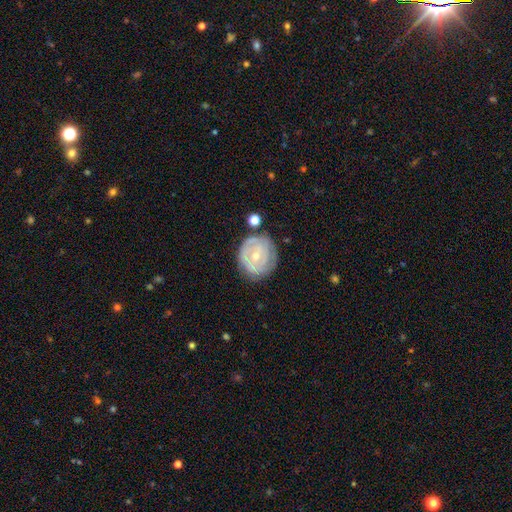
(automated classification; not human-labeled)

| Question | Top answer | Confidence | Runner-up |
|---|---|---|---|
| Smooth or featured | featured or disk | 72% | smooth (22%) |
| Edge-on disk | no | 97% | yes (3%) |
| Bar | no | 66% | weak (27%) |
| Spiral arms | yes | 74% | no (26%) |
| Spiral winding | tight | 73% | medium (20%) |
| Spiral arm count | can't tell | 45% | 2 (29%) |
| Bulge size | small | 57% | moderate (40%) |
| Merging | none | 68% | minor disturbance (21%) |